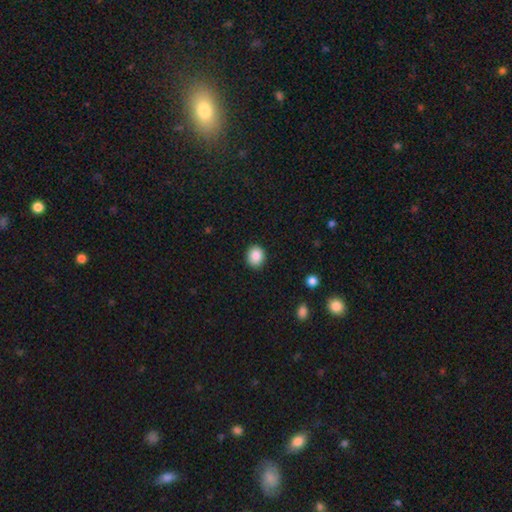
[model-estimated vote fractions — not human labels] Morphology: type=smooth (87%); roundness=round (67%); merging=none (89%).